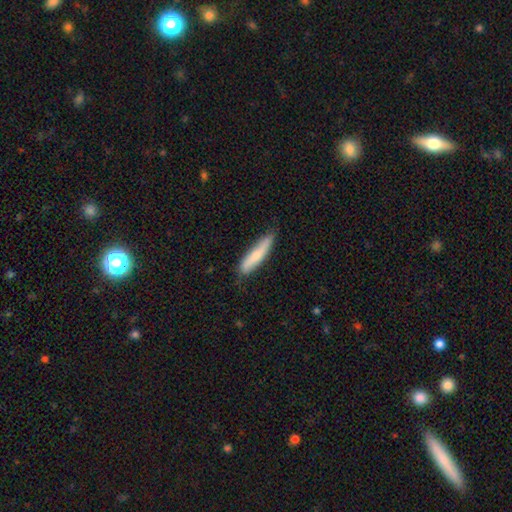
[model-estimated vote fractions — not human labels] smooth 68%, featured or disk 26%, star or artifact 5%. Down the decision tree: how rounded — cigar-shaped (83%); merging — none (74%).